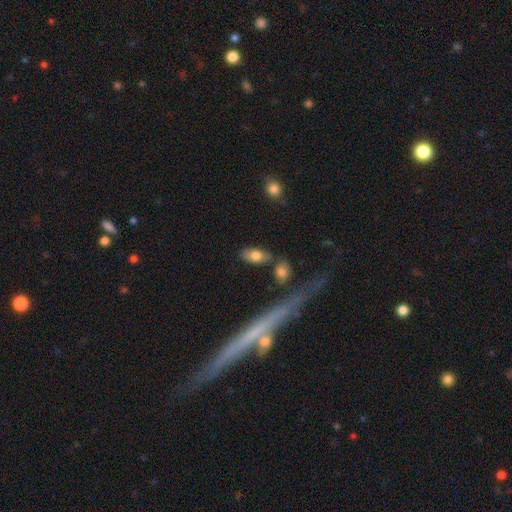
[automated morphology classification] Smooth or featured? Predicted: smooth (p=0.76). How rounded? Predicted: in between (p=0.90). Merging? Predicted: none (p=0.78).